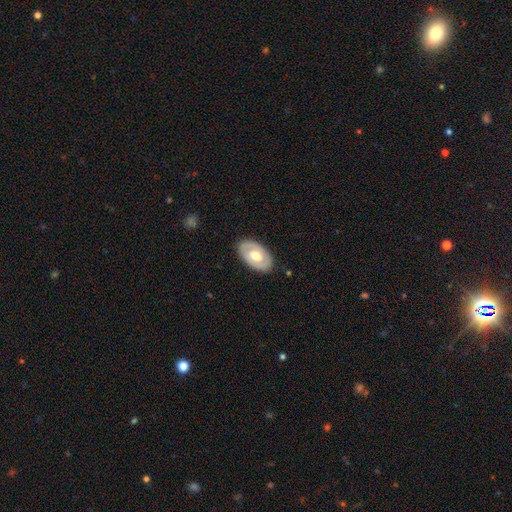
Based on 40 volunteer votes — Overall: featured or disk (65%; smooth 32%). Edge-on disk: no (85%). Bar: no (82%). Spiral arms: no (77%). Bulge size: moderate (68%). Merging: none (92%).